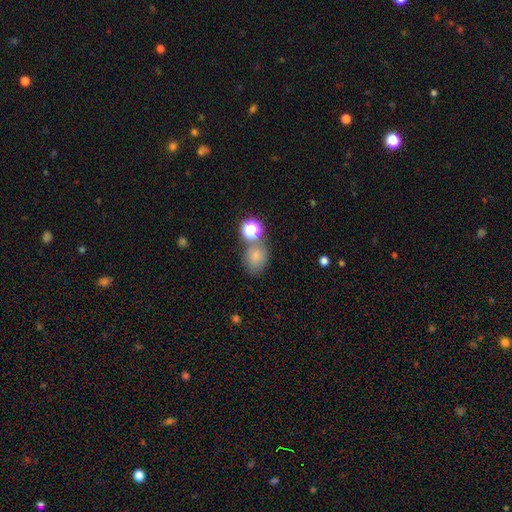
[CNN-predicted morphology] Smooth or featured? Predicted: smooth (p=0.74). How rounded? Predicted: in between (p=0.54). Merging? Predicted: none (p=0.58).